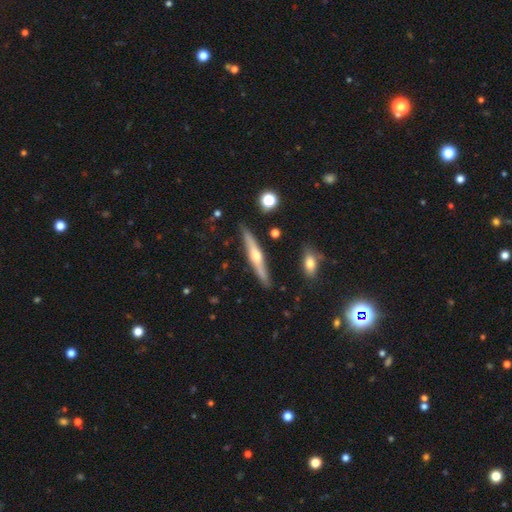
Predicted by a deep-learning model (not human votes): smooth_or_featured: featured or disk (p=0.69) [alt: smooth p=0.25]
disk_edge_on: yes (p=0.96) [alt: no p=0.04]
edge_on_bulge: rounded (p=0.91) [alt: none p=0.05]
merging: none (p=0.86) [alt: minor disturbance p=0.10]